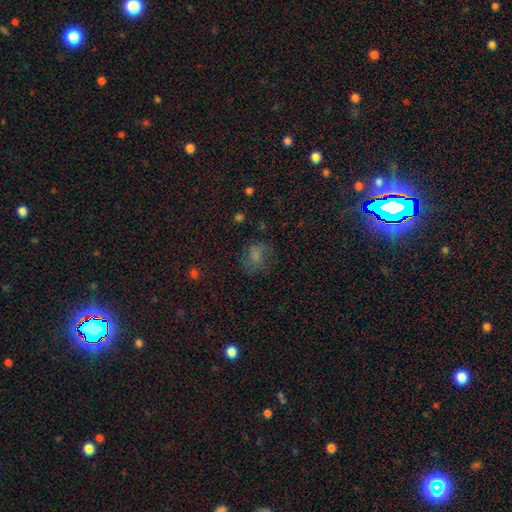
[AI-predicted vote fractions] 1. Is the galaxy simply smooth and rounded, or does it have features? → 62% smooth, 22% star or artifact, 16% featured or disk.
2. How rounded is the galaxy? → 50% round, 48% in between, 2% cigar-shaped.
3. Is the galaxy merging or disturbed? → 55% none, 23% minor disturbance, 19% major disturbance, 3% merger.